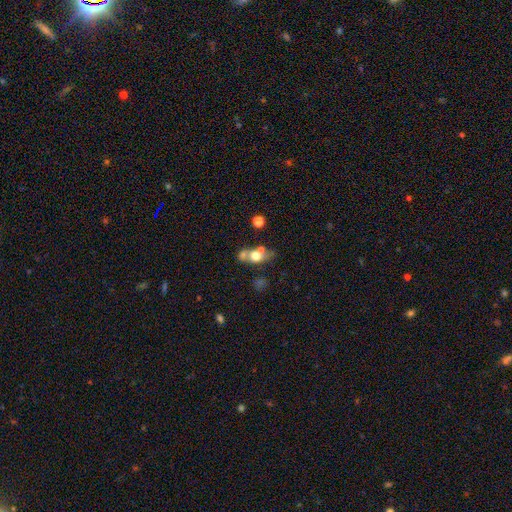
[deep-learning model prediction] The model was most divided on "merging": merger: 40%, none: 39%, minor disturbance: 13%, major disturbance: 9%. More confident: smooth or featured — smooth (58%); how rounded — in between (54%).